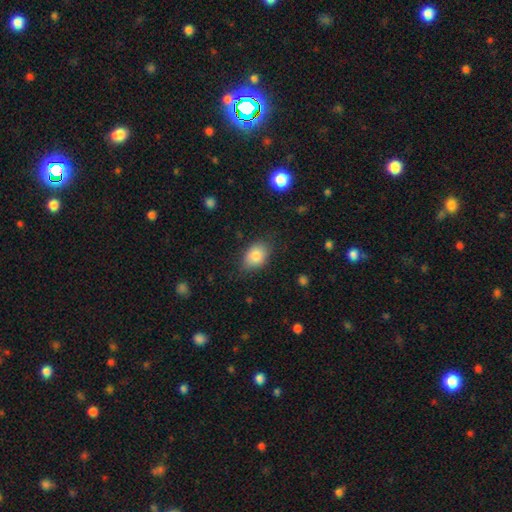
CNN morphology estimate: smooth 83%, featured or disk 9%, star or artifact 8%. Down the decision tree: how rounded — in between (79%); merging — none (76%).